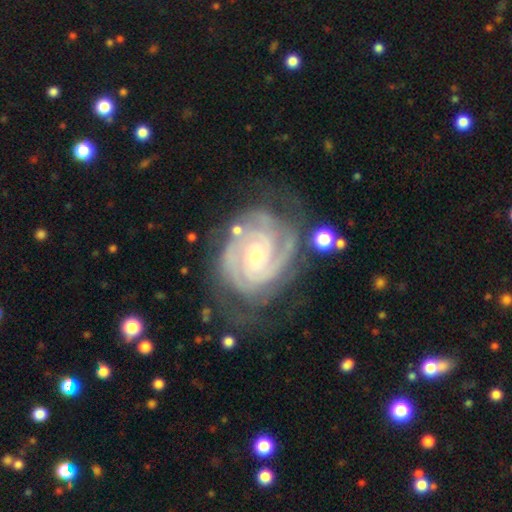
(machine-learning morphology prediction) smooth_or_featured: featured or disk (p=0.92) [alt: star or artifact p=0.04]
disk_edge_on: no (p=0.98) [alt: yes p=0.02]
bar: no (p=0.71) [alt: weak p=0.22]
has_spiral_arms: yes (p=0.98) [alt: no p=0.02]
spiral_winding: tight (p=0.77) [alt: medium p=0.21]
spiral_arm_count: 2 (p=0.32) [alt: 3 p=0.28]
bulge_size: small (p=0.69) [alt: moderate p=0.28]
merging: none (p=0.64) [alt: minor disturbance p=0.22]